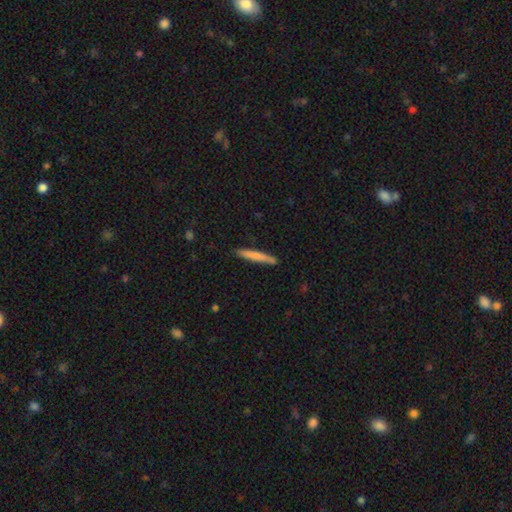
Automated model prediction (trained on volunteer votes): Overall: smooth (73%). How rounded: cigar-shaped (96%). Merging: none (85%).